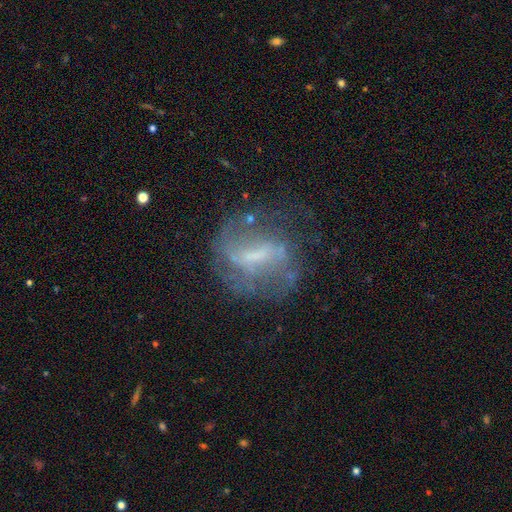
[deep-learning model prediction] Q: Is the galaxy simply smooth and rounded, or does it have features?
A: featured or disk — 70%.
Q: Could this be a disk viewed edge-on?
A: no — 94%.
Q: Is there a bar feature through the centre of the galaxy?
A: strong — 45%.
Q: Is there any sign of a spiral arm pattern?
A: yes — 62%.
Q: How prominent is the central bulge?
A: small — 38%.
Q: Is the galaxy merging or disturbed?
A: none — 55%.